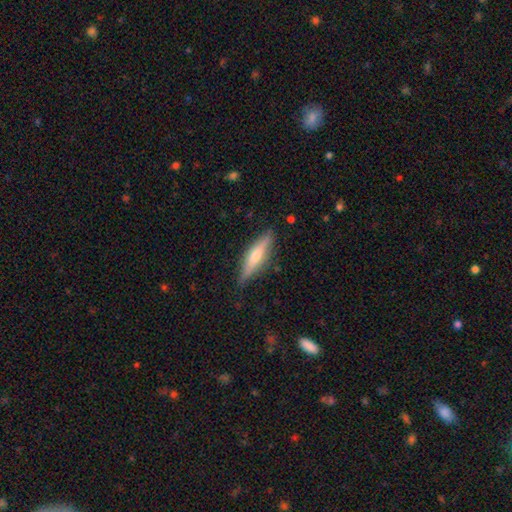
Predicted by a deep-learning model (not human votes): Q: Smooth or featured?
A: featured or disk (53%); runner-up: smooth (40%)
Q: Edge-on disk?
A: yes (94%); runner-up: no (6%)
Q: Edge-on bulge?
A: rounded (76%); runner-up: boxy (12%)
Q: Merging?
A: none (84%); runner-up: minor disturbance (13%)